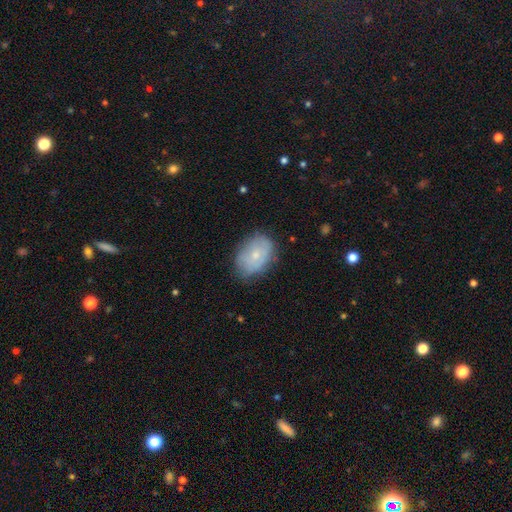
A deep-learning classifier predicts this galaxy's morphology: Smooth or featured?
  - smooth: 58% *
  - featured or disk: 34%
  - star or artifact: 8%
How rounded?
  - in between: 77% *
  - round: 22%
  - cigar-shaped: 1%
Merging?
  - none: 70% *
  - minor disturbance: 23%
  - major disturbance: 6%
  - merger: 1%